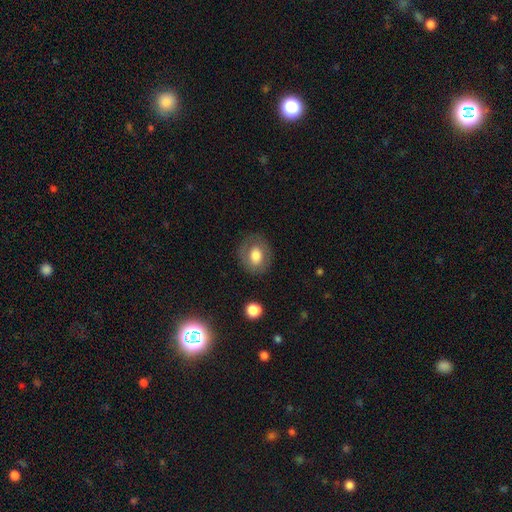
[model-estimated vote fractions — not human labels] The model was most divided on "how rounded": round: 52%, in between: 47%, cigar-shaped: 1%. More confident: merging — none (81%); smooth or featured — smooth (69%).